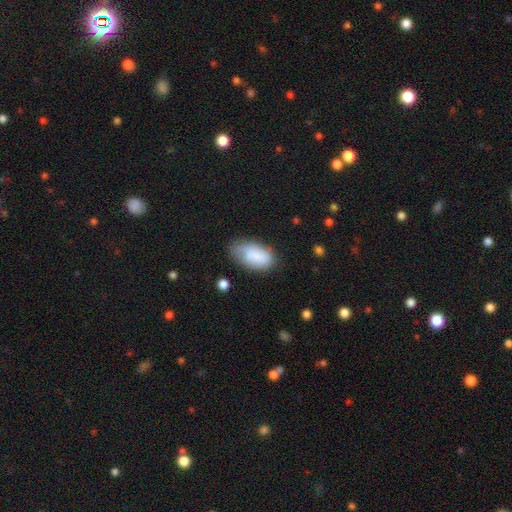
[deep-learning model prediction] Smooth or featured: smooth — 77% (featured or disk — 16%)
How rounded: in between — 94% (round — 4%)
Merging: none — 52% (minor disturbance — 32%)